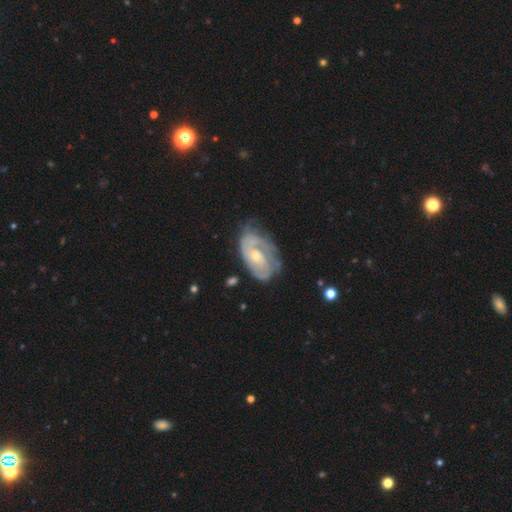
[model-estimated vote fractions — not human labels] Smooth or featured? featured or disk (79%)
Edge-on disk? no (96%)
Bar? no (67%)
Spiral arms? yes (88%)
Spiral winding? tight (62%)
Spiral arm count? 2 (38%)
Bulge size? small (51%)
Merging? none (58%)